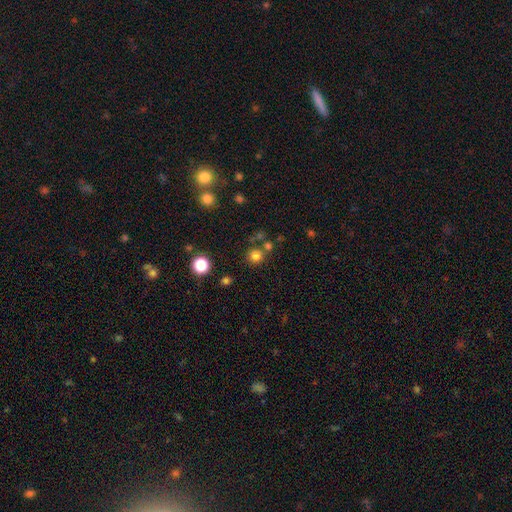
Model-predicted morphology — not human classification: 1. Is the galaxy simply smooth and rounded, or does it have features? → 77% smooth, 17% star or artifact, 6% featured or disk.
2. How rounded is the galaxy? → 92% round, 7% in between, 1% cigar-shaped.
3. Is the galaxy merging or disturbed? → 75% none, 13% merger, 8% minor disturbance, 4% major disturbance.